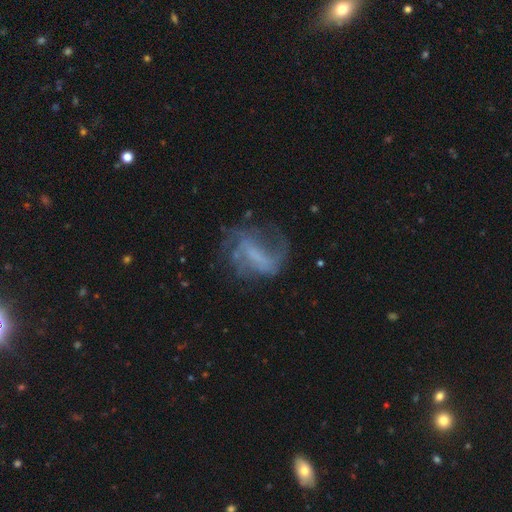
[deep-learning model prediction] Q: Smooth or featured?
A: featured or disk (70%); runner-up: smooth (18%)
Q: Edge-on disk?
A: no (95%); runner-up: yes (5%)
Q: Bar?
A: weak (37%); runner-up: strong (34%)
Q: Spiral arms?
A: yes (75%); runner-up: no (25%)
Q: Spiral winding?
A: loose (41%); runner-up: medium (38%)
Q: Spiral arm count?
A: 2 (37%); runner-up: can't tell (32%)
Q: Bulge size?
A: none (58%); runner-up: small (21%)
Q: Merging?
A: none (49%); runner-up: major disturbance (28%)